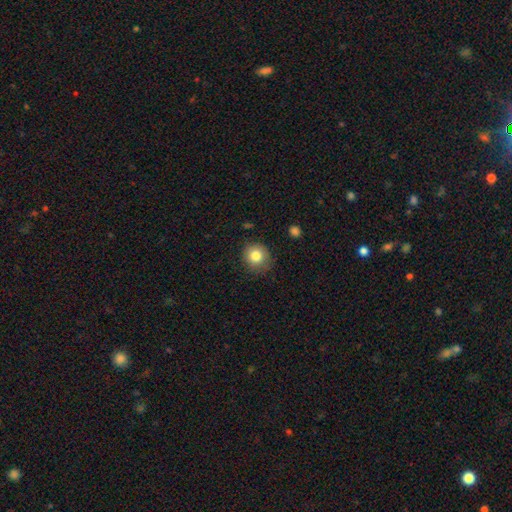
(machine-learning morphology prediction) Q: Smooth or featured?
A: smooth (82%); runner-up: star or artifact (10%)
Q: How rounded?
A: round (88%); runner-up: in between (11%)
Q: Merging?
A: none (81%); runner-up: minor disturbance (14%)